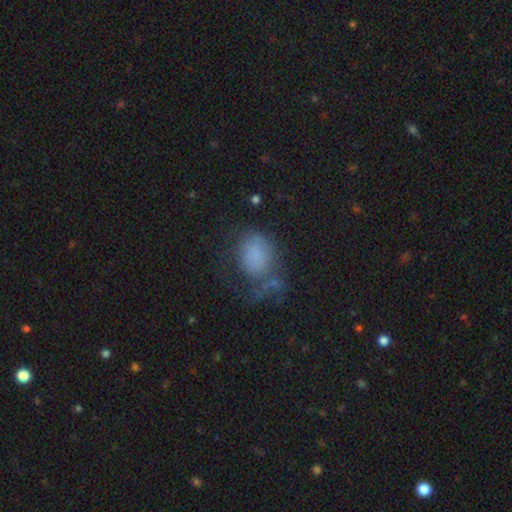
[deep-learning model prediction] Smooth or featured? Predicted: smooth (p=0.70). How rounded? Predicted: in between (p=0.59). Merging? Predicted: none (p=0.34, tied with major disturbance).